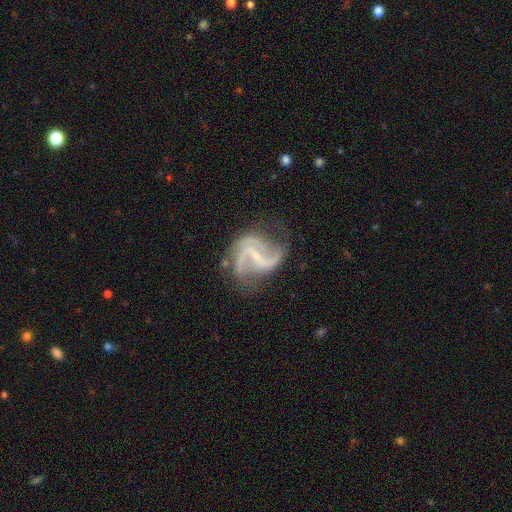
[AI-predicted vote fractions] smooth_or_featured: featured or disk (p=0.89) [alt: star or artifact p=0.06]
disk_edge_on: no (p=0.98) [alt: yes p=0.02]
bar: weak (p=0.44) [alt: strong p=0.39]
has_spiral_arms: yes (p=0.97) [alt: no p=0.03]
spiral_winding: loose (p=0.52) [alt: medium p=0.40]
spiral_arm_count: 2 (p=0.70) [alt: 3 p=0.15]
bulge_size: small (p=0.68) [alt: none p=0.18]
merging: none (p=0.58) [alt: minor disturbance p=0.21]